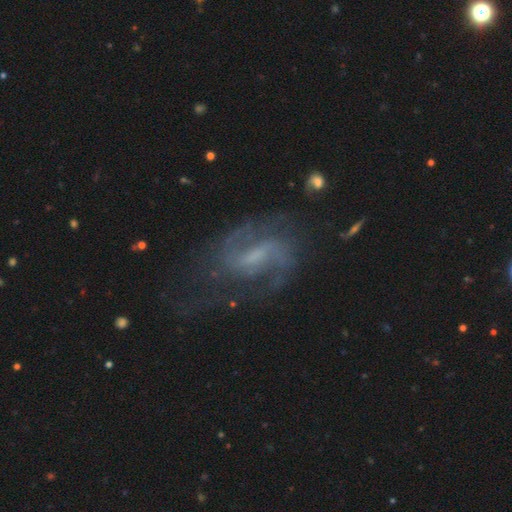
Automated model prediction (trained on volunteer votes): The model was most divided on "bulge size": small: 40%, none: 32%, moderate: 23%, large: 4%, dominant: 1%. More confident: edge-on disk — no (97%); spiral arms — yes (95%); smooth or featured — featured or disk (86%); spiral arm count — 2 (79%); merging — none (63%); bar — weak (55%); spiral winding — medium (51%).